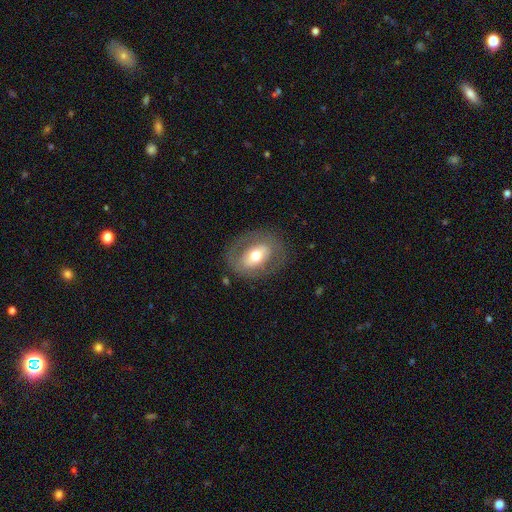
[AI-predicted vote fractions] smooth-or-featured: featured or disk: 53% | smooth: 40% | star or artifact: 7%
  disk-edge-on: no: 91% | yes: 9%
  merging: none: 78% | minor disturbance: 13% | major disturbance: 9% | merger: 1%